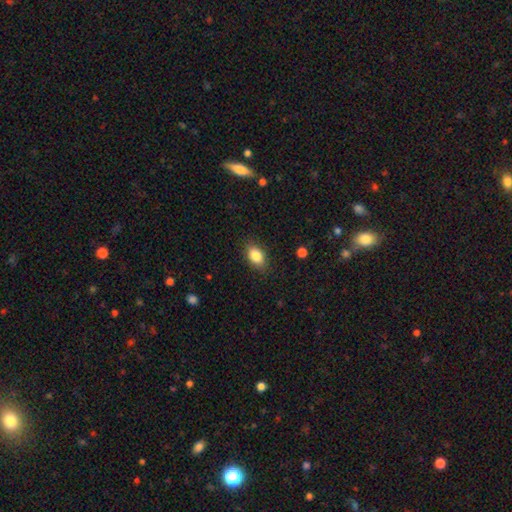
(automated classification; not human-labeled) Smooth or featured? Predicted: smooth (p=0.85). How rounded? Predicted: in between (p=0.86). Merging? Predicted: none (p=0.86).